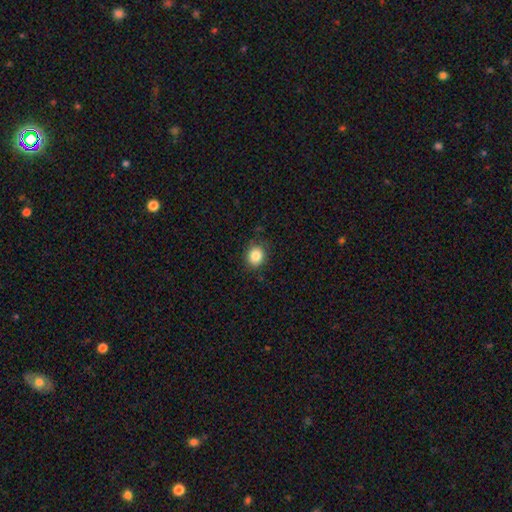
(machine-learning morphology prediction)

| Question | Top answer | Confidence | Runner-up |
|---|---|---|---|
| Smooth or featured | smooth | 85% | star or artifact (10%) |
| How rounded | round | 75% | in between (24%) |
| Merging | none | 84% | minor disturbance (12%) |